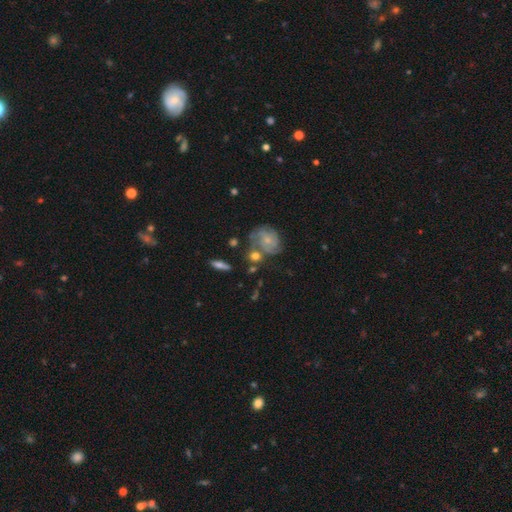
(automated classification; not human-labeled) The model was most divided on "spiral arm count": can't tell: 33%, 3: 27%, 2: 22%, 4: 9%, 1: 6%, more than 4: 5%. More confident: edge-on disk — no (94%); spiral arms — yes (85%); bar — no (75%); bulge size — small (68%); smooth or featured — featured or disk (64%); merging — none (57%); spiral winding — tight (54%).